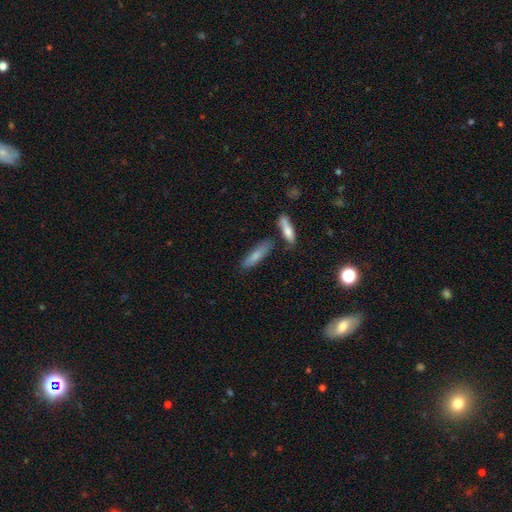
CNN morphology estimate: Q: Smooth or featured?
A: smooth (74%); runner-up: featured or disk (19%)
Q: How rounded?
A: cigar-shaped (69%); runner-up: in between (29%)
Q: Merging?
A: none (72%); runner-up: minor disturbance (14%)